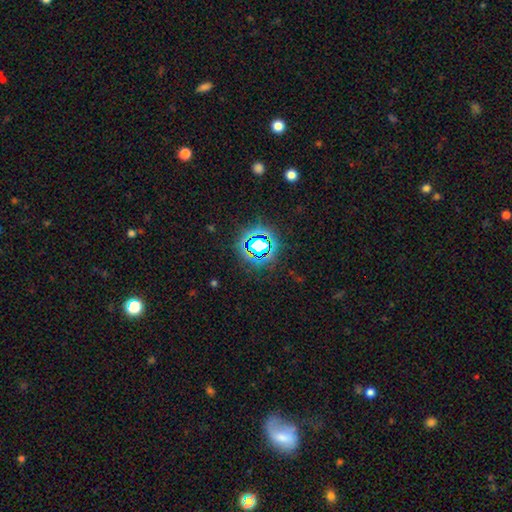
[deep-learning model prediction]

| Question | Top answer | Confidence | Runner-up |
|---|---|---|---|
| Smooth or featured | star or artifact | 74% | smooth (15%) |